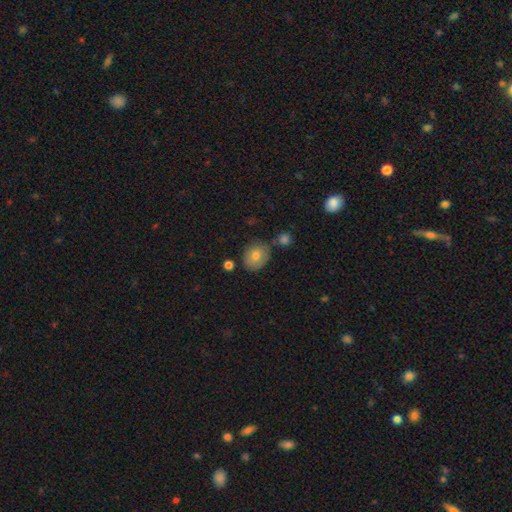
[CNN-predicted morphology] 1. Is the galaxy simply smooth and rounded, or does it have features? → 75% smooth, 15% featured or disk, 10% star or artifact.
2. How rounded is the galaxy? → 65% round, 34% in between, 1% cigar-shaped.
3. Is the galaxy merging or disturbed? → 70% none, 17% minor disturbance, 9% merger, 4% major disturbance.